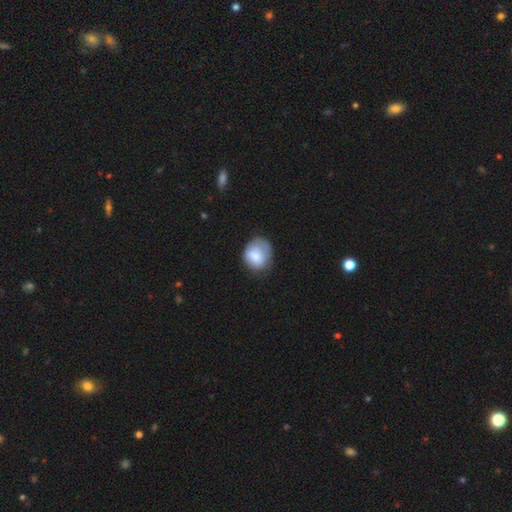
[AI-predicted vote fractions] Smooth or featured? smooth (75%)
How rounded? round (62%)
Merging? none (58%)